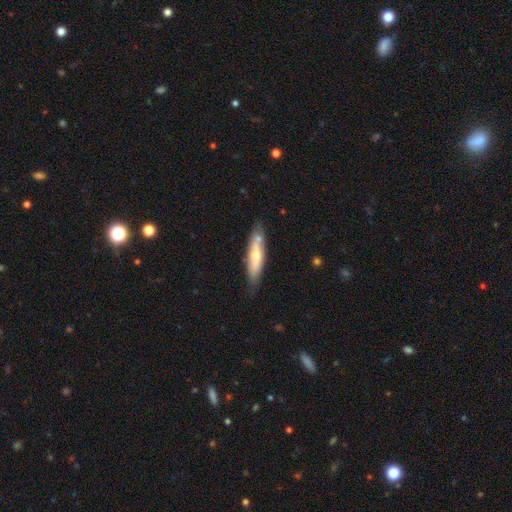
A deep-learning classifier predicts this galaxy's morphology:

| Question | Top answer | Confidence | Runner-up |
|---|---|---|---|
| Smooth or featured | smooth | 54% | featured or disk (40%) |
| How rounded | cigar-shaped | 73% | in between (25%) |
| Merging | none | 73% | minor disturbance (17%) |